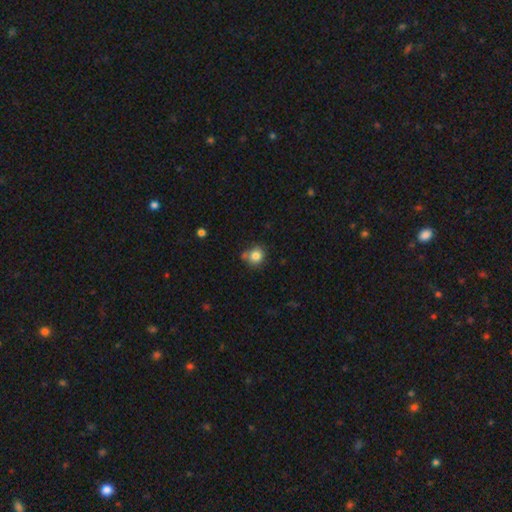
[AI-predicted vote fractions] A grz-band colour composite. It shows a smooth galaxy with no disk features (82%) that is round (84%). Merging: none (69%).